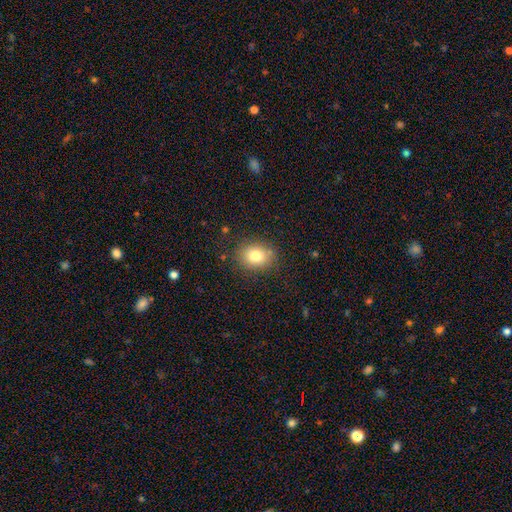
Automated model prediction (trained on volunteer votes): smooth 79%, star or artifact 11%, featured or disk 10%. Down the decision tree: how rounded — round (50%); merging — none (83%).